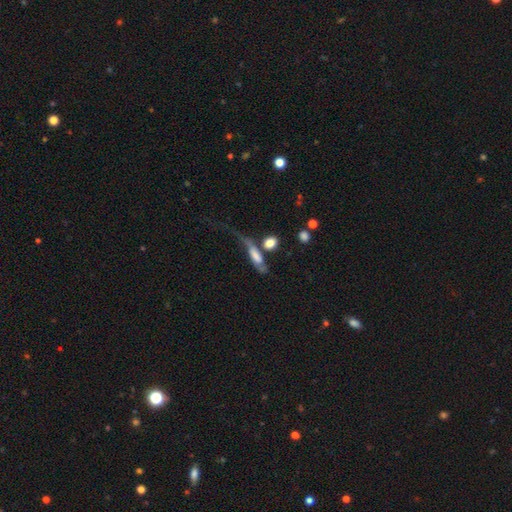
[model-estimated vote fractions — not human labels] Smooth or featured?
  - smooth: 57% *
  - featured or disk: 35%
  - star or artifact: 8%
How rounded?
  - in between: 53% *
  - cigar-shaped: 40%
  - round: 7%
Merging?
  - major disturbance: 34% *
  - none: 25%
  - merger: 24%
  - minor disturbance: 17%